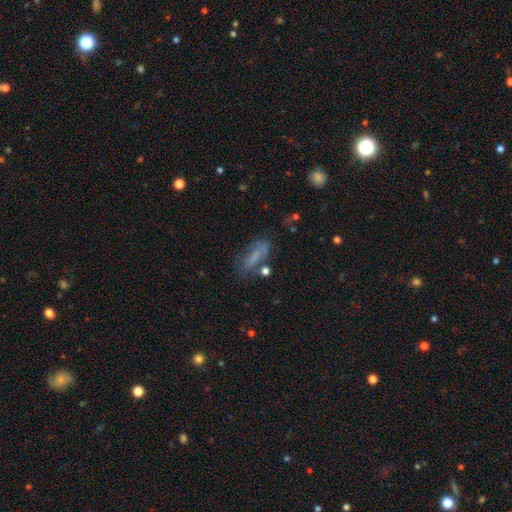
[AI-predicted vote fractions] Smooth or featured? smooth (59%)
How rounded? in between (58%)
Merging? none (54%)